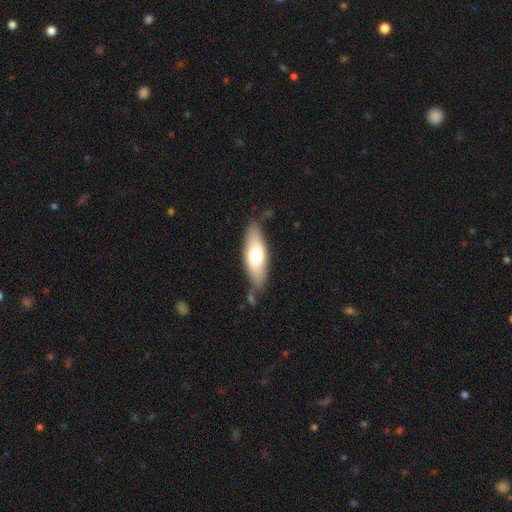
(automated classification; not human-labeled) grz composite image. It shows a smooth galaxy with no disk features (64%) that is in between round and cigar-shaped (66%). Merging: none (70%).